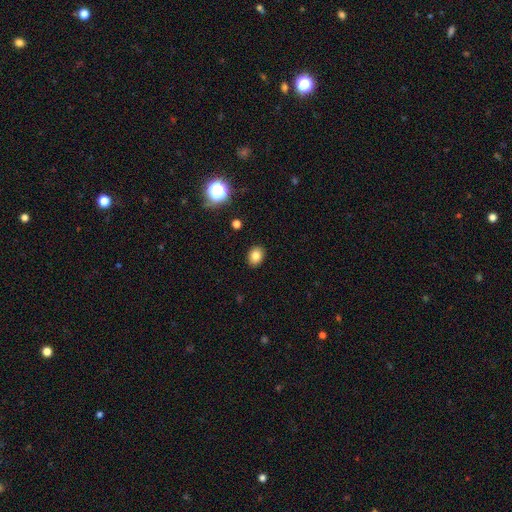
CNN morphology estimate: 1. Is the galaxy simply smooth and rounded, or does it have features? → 81% smooth, 11% star or artifact, 8% featured or disk.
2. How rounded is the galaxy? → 63% in between, 36% round, 1% cigar-shaped.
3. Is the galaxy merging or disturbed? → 90% none, 7% minor disturbance, 2% major disturbance, 1% merger.